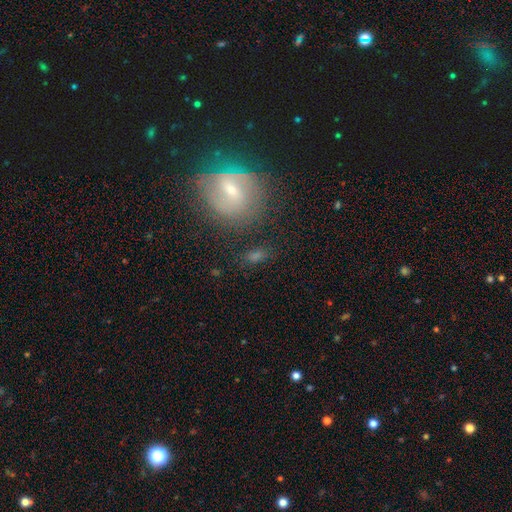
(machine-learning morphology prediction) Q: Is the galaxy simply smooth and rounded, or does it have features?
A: smooth — 44%.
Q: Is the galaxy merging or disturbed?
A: none — 67%.